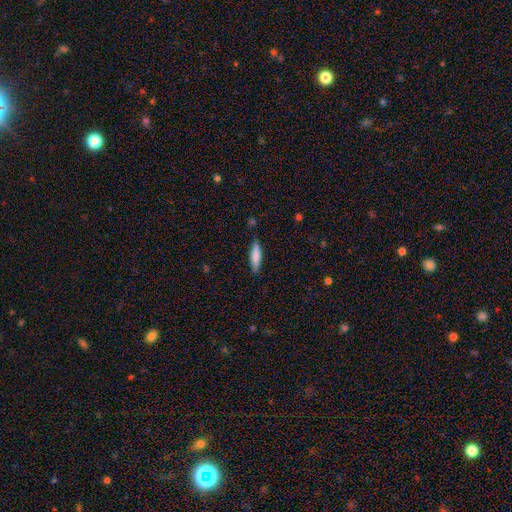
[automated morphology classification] Smooth or featured? smooth (82%)
How rounded? cigar-shaped (70%)
Merging? none (84%)